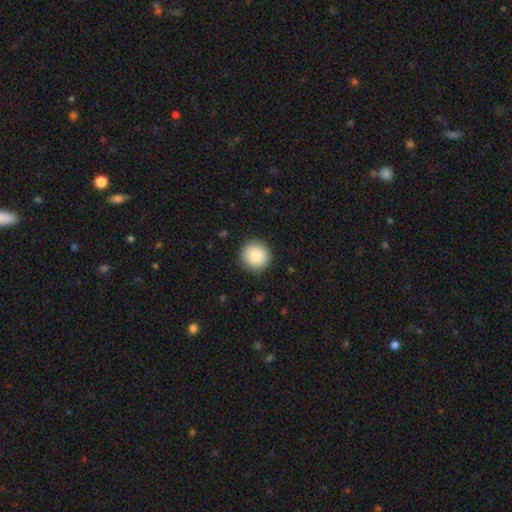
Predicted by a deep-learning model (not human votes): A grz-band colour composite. It shows a smooth galaxy with no disk features (87%) that is round (93%). Merging: none (90%).